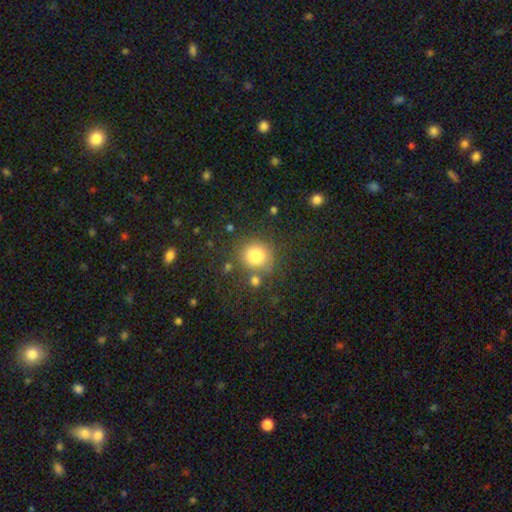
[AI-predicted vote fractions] Smooth or featured? Predicted: smooth (p=0.82). How rounded? Predicted: round (p=0.85). Merging? Predicted: none (p=0.72).